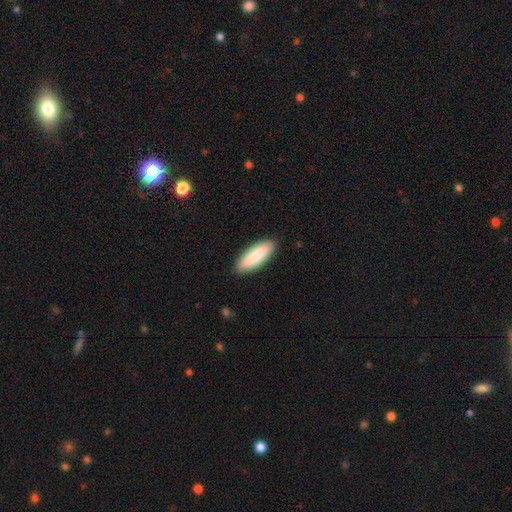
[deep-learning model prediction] A smooth galaxy with no disk features (84%) that is in between round and cigar-shaped (68%). Merging: none (89%).